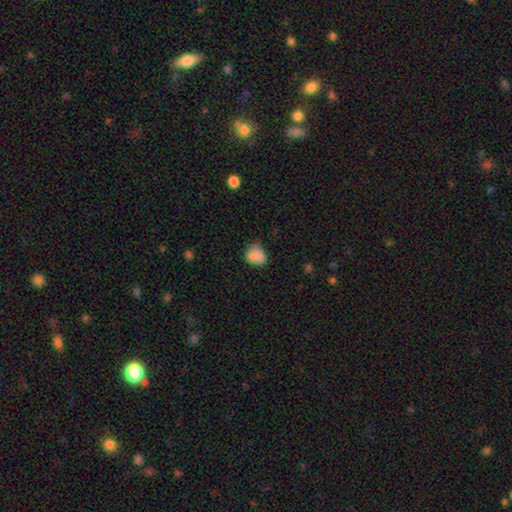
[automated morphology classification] Smooth or featured: smooth — 78% (featured or disk — 12%)
How rounded: round — 51% (in between — 48%)
Merging: none — 48% (minor disturbance — 26%)